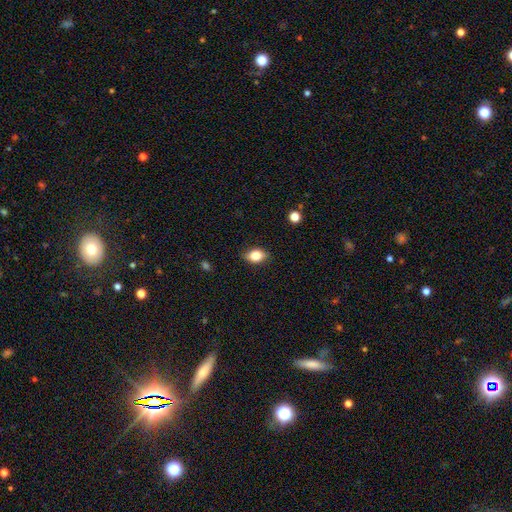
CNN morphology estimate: type=smooth (80%); roundness=in between (75%); merging=none (84%).